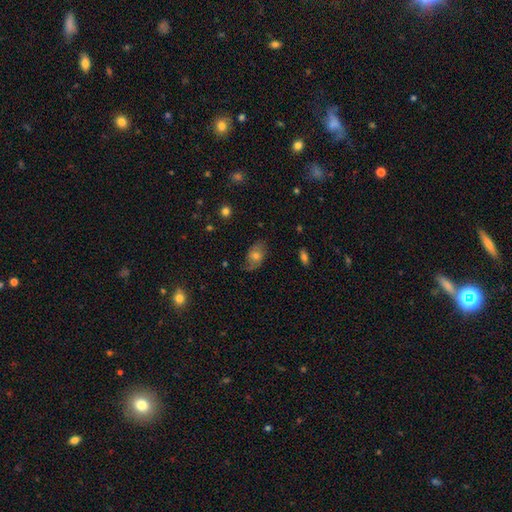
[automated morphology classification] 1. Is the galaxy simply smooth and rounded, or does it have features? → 48% smooth, 42% featured or disk, 11% star or artifact.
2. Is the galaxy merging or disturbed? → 67% none, 23% minor disturbance, 8% major disturbance, 1% merger.